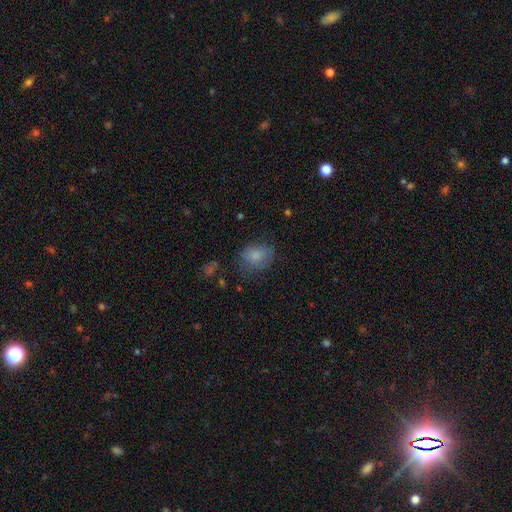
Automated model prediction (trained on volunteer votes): Overall: smooth (80%). How rounded: in between (52%; round 47%). Merging: none (63%; minor disturbance 25%).